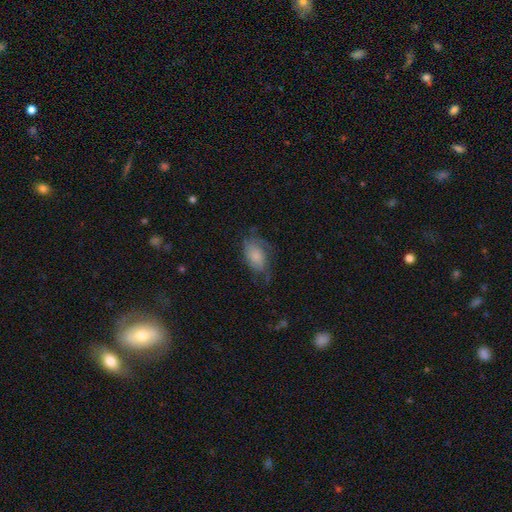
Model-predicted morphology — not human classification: The model was most divided on "merging": none: 45%, minor disturbance: 30%, major disturbance: 23%, merger: 2%. More confident: how rounded — in between (89%); smooth or featured — smooth (54%).